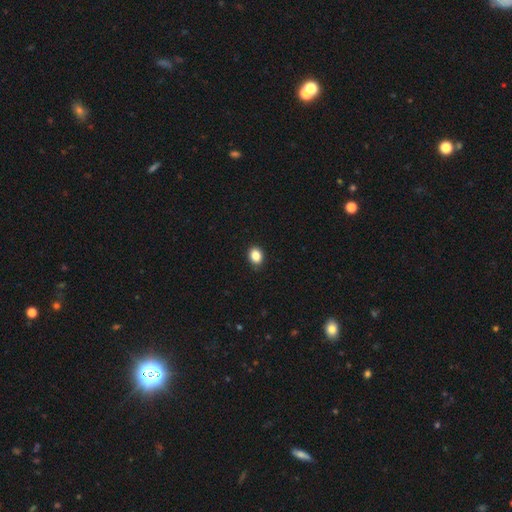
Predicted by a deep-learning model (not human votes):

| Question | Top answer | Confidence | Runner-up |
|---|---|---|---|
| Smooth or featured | smooth | 86% | star or artifact (10%) |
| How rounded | in between | 54% | round (45%) |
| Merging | none | 89% | minor disturbance (8%) |